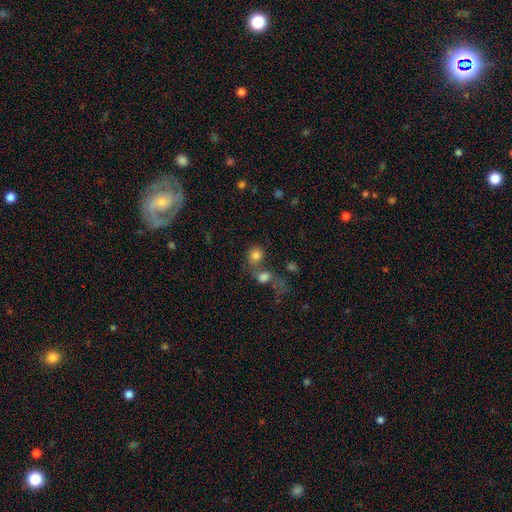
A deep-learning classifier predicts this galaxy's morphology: A smooth galaxy with no disk features (79%) that is round (72%).

Vote fractions:
- Smooth or featured? smooth: 79% / star or artifact: 11% / featured or disk: 10%
- How rounded? round: 72% / in between: 27% / cigar-shaped: 1%
- Merging? merger: 45% / none: 39% / minor disturbance: 9% / major disturbance: 7%